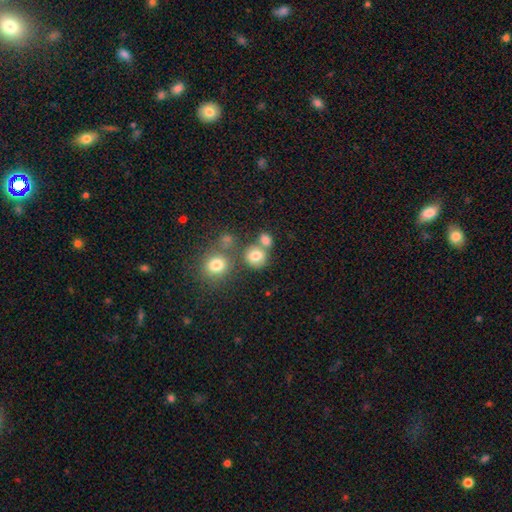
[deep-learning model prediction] Smooth or featured: smooth — 77% (star or artifact — 14%)
How rounded: round — 79% (in between — 20%)
Merging: none — 58% (merger — 27%)